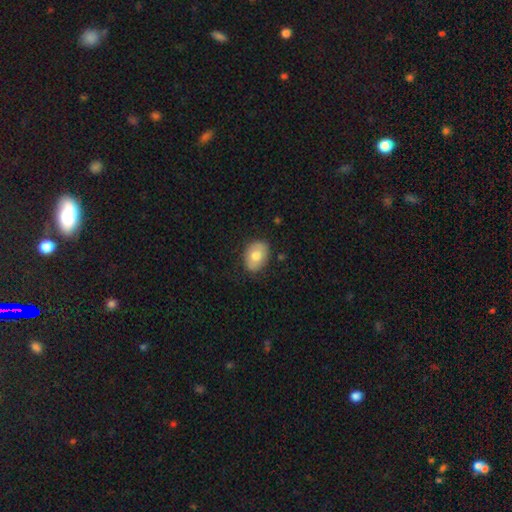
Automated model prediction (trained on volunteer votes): This appears to be a smooth galaxy with no disk features (76%) that is in between round and cigar-shaped (76%). Merging: none (80%).